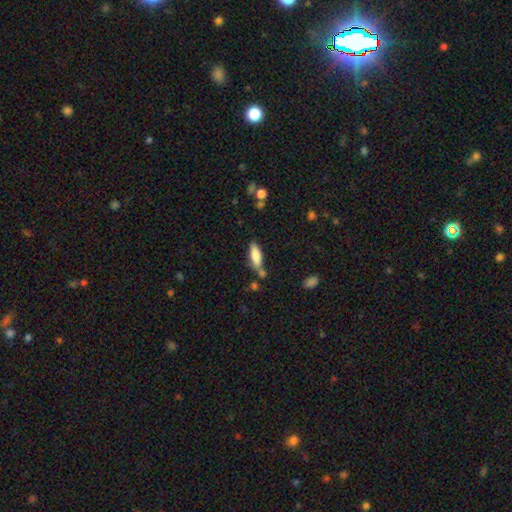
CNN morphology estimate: Q: Smooth or featured?
A: smooth (76%); runner-up: featured or disk (17%)
Q: How rounded?
A: in between (56%); runner-up: cigar-shaped (42%)
Q: Merging?
A: none (66%); runner-up: minor disturbance (17%)